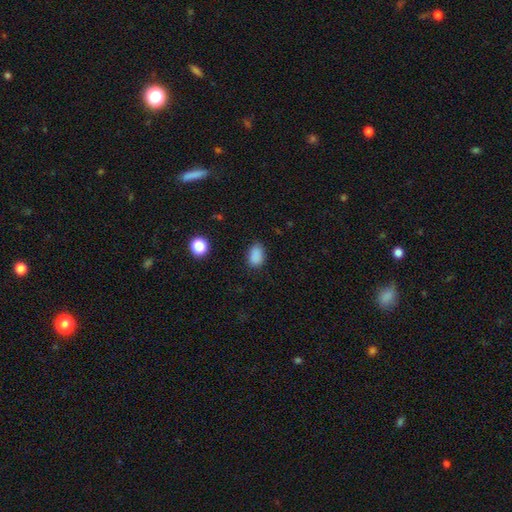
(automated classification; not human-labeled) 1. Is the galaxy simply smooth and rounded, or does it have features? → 86% smooth, 11% star or artifact, 4% featured or disk.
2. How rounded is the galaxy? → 82% in between, 16% round, 2% cigar-shaped.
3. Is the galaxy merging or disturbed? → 74% none, 20% minor disturbance, 4% major disturbance, 2% merger.